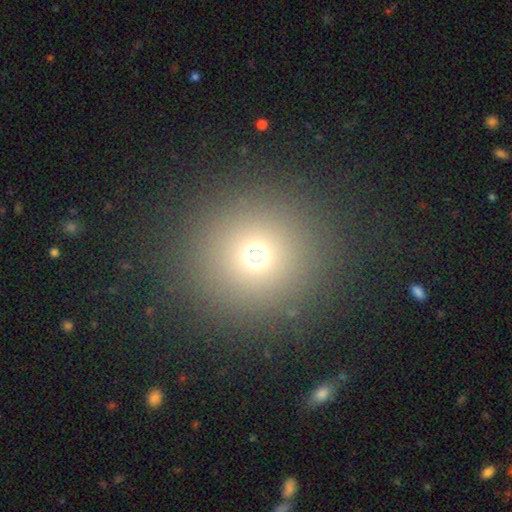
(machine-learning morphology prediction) A smooth galaxy with no disk features (69%) that is round (94%). Merging: none (90%).